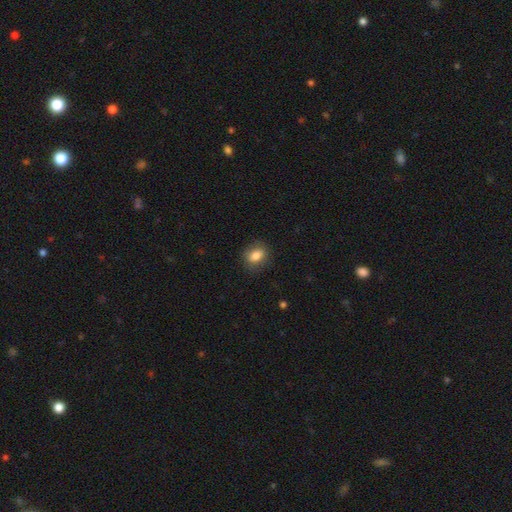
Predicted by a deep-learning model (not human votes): Smooth or featured? smooth (81%)
How rounded? in between (63%)
Merging? none (81%)